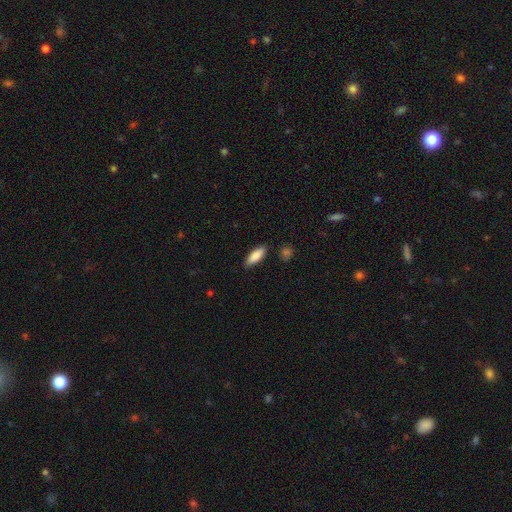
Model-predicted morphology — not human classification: Smooth or featured: smooth — 85% (featured or disk — 9%)
How rounded: in between — 61% (cigar-shaped — 37%)
Merging: none — 86% (minor disturbance — 10%)